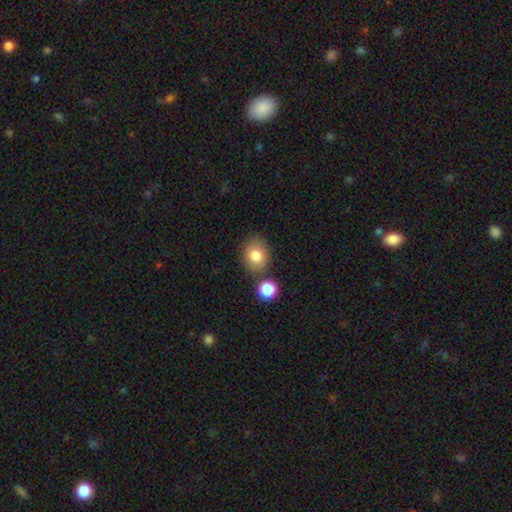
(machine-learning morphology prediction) This is clearly a smooth galaxy (82%). How rounded: possibly round (57%). Merging: likely none (72%).